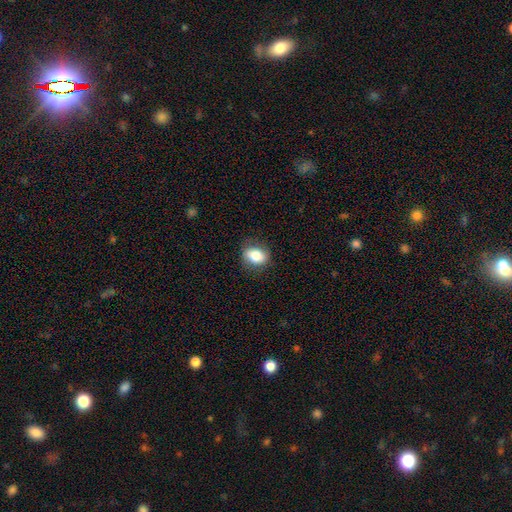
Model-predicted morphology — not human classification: Q: Smooth or featured?
A: smooth (78%); runner-up: featured or disk (14%)
Q: How rounded?
A: in between (57%); runner-up: round (42%)
Q: Merging?
A: none (82%); runner-up: minor disturbance (13%)